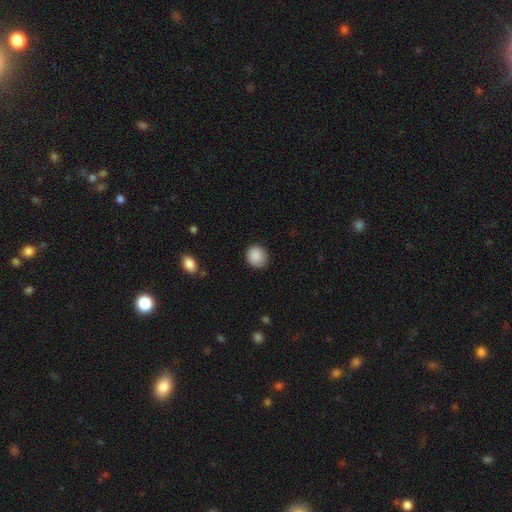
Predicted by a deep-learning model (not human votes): Morphology: type=smooth (89%); roundness=round (82%); merging=none (86%).